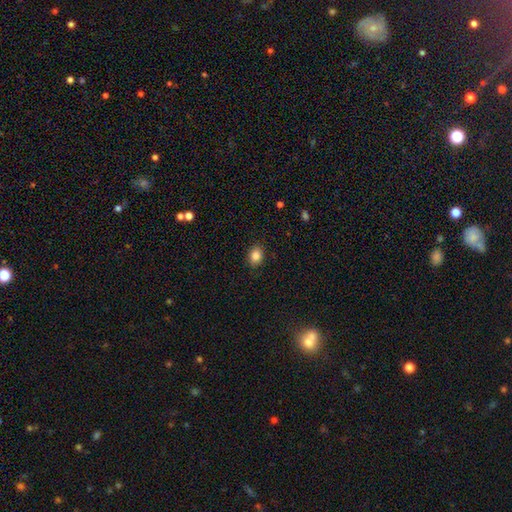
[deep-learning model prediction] Smooth or featured? Predicted: smooth (p=0.85). How rounded? Predicted: in between (p=0.56). Merging? Predicted: none (p=0.89).